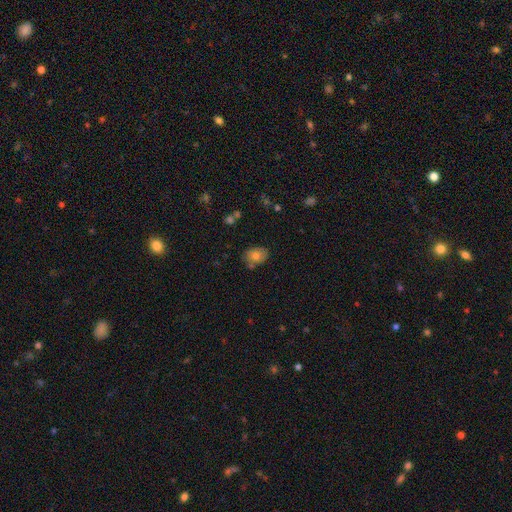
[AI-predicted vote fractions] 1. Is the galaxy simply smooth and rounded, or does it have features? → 72% smooth, 19% featured or disk, 10% star or artifact.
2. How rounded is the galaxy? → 65% in between, 34% round, 1% cigar-shaped.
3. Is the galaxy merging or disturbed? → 71% none, 18% minor disturbance, 7% merger, 4% major disturbance.